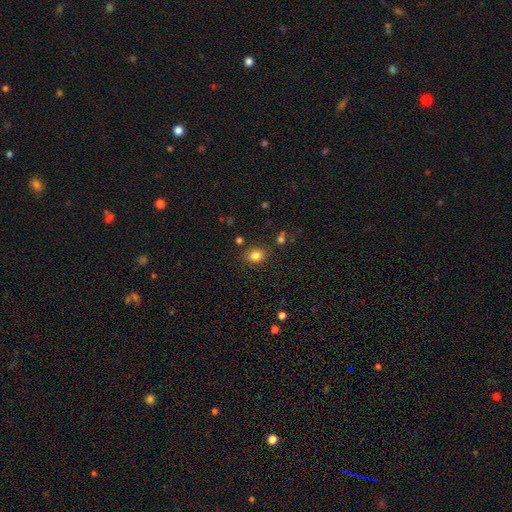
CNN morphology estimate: A smooth galaxy with no disk features (82%) that is round (58%). Merging: none (82%).